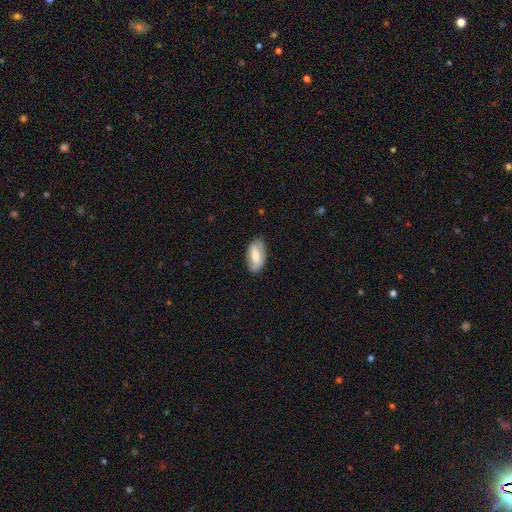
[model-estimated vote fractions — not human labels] Smooth or featured: smooth — 56% (featured or disk — 38%)
How rounded: in between — 92% (cigar-shaped — 5%)
Merging: none — 81% (minor disturbance — 14%)